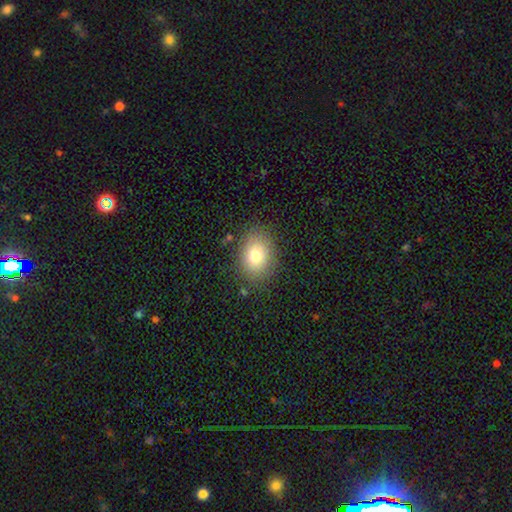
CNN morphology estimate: smooth_or_featured: smooth (p=0.76) [alt: star or artifact p=0.12]
how_rounded: in between (p=0.52) [alt: round p=0.48]
merging: none (p=0.84) [alt: minor disturbance p=0.11]